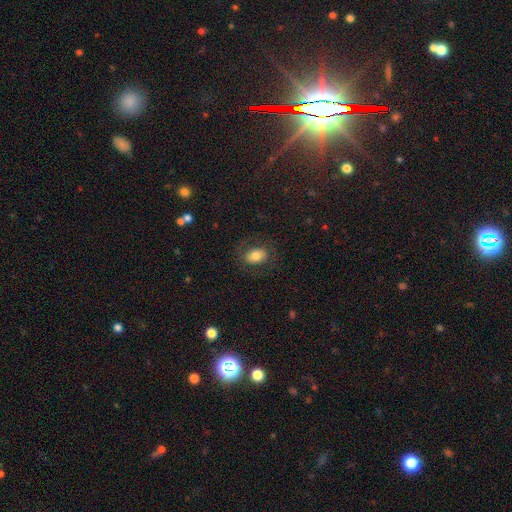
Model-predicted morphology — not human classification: Smooth or featured? smooth (70%)
How rounded? in between (74%)
Merging? none (75%)